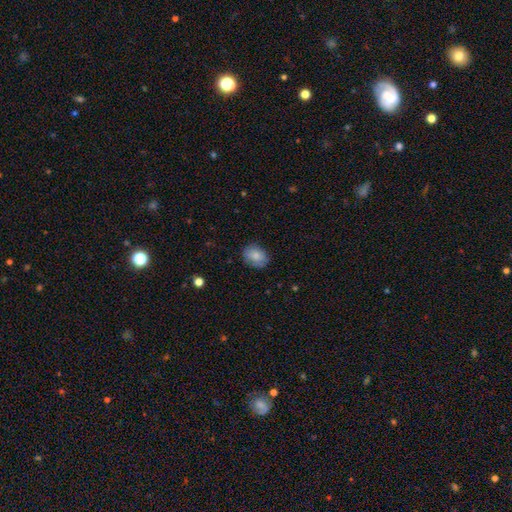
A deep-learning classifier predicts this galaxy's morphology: smooth-or-featured: smooth: 84% | featured or disk: 9% | star or artifact: 7%
  how-rounded: in between: 62% | round: 36% | cigar-shaped: 1%
  merging: none: 80% | minor disturbance: 16% | major disturbance: 3% | merger: 1%